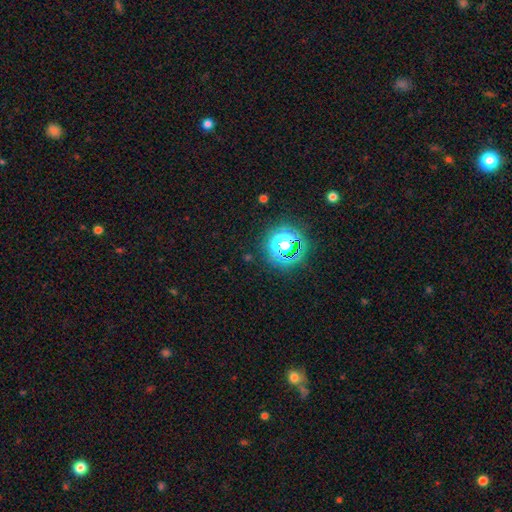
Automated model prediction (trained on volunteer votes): A star or artifact, not a galaxy (76%).